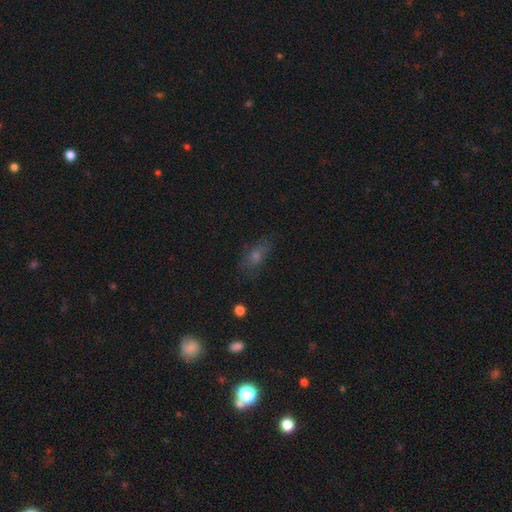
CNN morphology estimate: The model was most divided on "smooth or featured": smooth: 55%, star or artifact: 24%, featured or disk: 21%. More confident: merging — none (77%); how rounded — in between (73%).